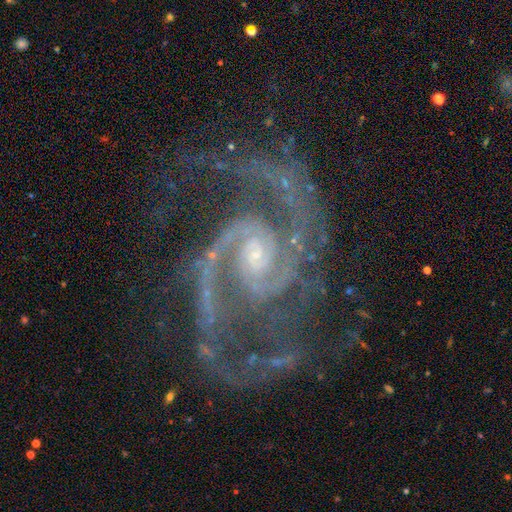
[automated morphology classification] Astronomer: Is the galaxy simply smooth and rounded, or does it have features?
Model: featured or disk — 94%.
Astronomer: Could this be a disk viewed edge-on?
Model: no — 98%.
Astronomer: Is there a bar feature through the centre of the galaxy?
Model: no — 44% (runner-up: weak, 43%).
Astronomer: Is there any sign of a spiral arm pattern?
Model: yes — 99%.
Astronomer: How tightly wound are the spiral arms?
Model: medium — 60%.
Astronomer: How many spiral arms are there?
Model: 2 — 86%.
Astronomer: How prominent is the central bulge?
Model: small — 56% (runner-up: moderate, 36%).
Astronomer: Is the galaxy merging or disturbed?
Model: none — 72%.